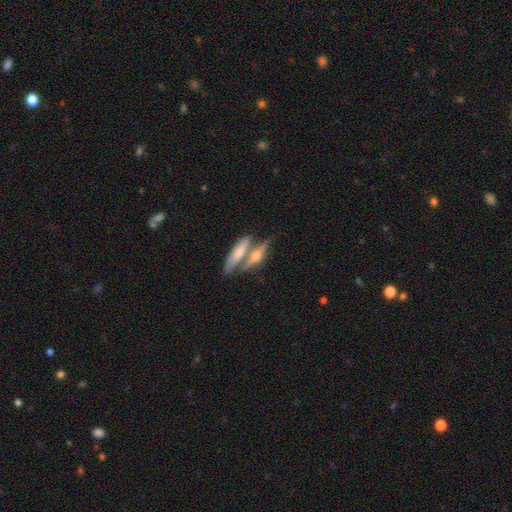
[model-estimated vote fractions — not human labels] A smooth galaxy with no disk features (48%). Merging: merger (45%).